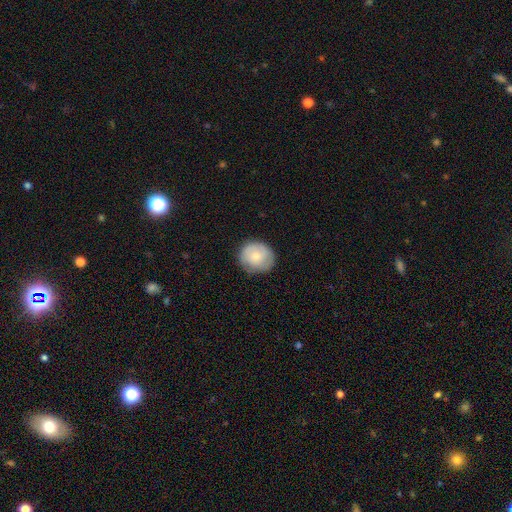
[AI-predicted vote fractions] A smooth galaxy with no disk features (73%) that is round (82%). Merging: none (81%).